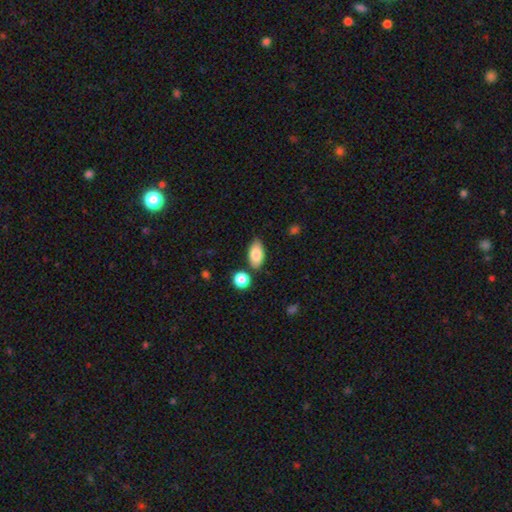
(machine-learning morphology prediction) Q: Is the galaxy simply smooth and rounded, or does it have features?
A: smooth — 84%.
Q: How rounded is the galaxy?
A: in between — 92%.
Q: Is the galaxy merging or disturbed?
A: none — 78%.